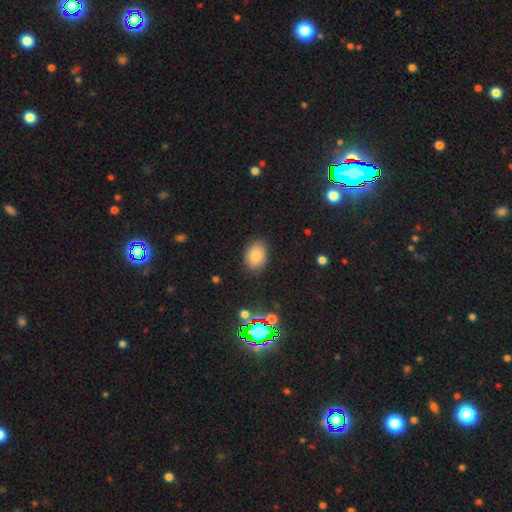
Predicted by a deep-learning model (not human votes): A smooth galaxy with no disk features (83%) that is in between round and cigar-shaped (73%). Merging: none (85%).